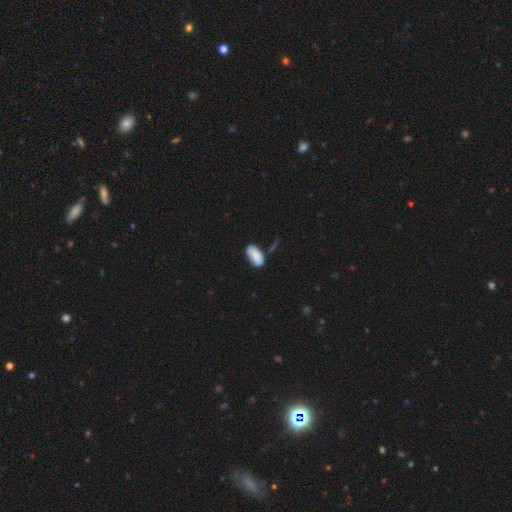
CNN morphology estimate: smooth-or-featured: smooth: 83% | featured or disk: 10% | star or artifact: 7%
  how-rounded: in between: 93% | cigar-shaped: 4% | round: 3%
  merging: none: 59% | minor disturbance: 27% | merger: 7% | major disturbance: 6%